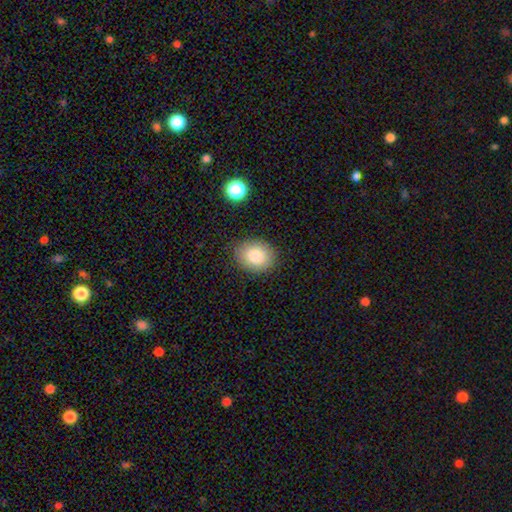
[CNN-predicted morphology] Q: Smooth or featured?
A: smooth (83%); runner-up: star or artifact (9%)
Q: How rounded?
A: round (50%); runner-up: in between (49%)
Q: Merging?
A: none (85%); runner-up: minor disturbance (11%)